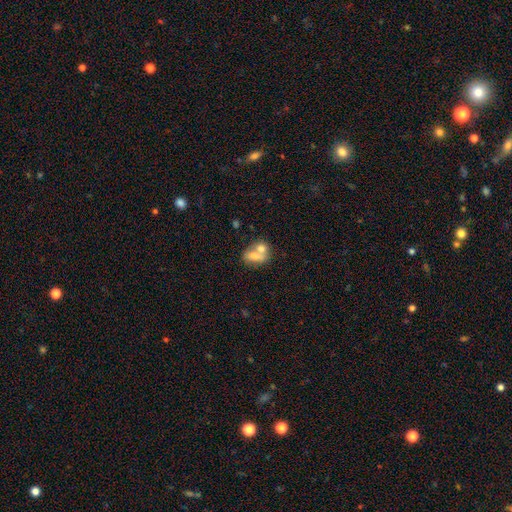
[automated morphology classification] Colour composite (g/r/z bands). It shows a smooth galaxy with no disk features (67%) that is in between round and cigar-shaped (65%). Merging: merger (59%).